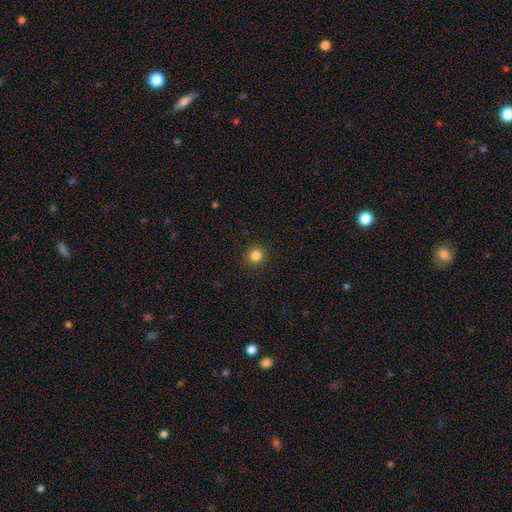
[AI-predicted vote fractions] smooth 84%, star or artifact 12%, featured or disk 4%. Down the decision tree: how rounded — round (93%); merging — none (92%).